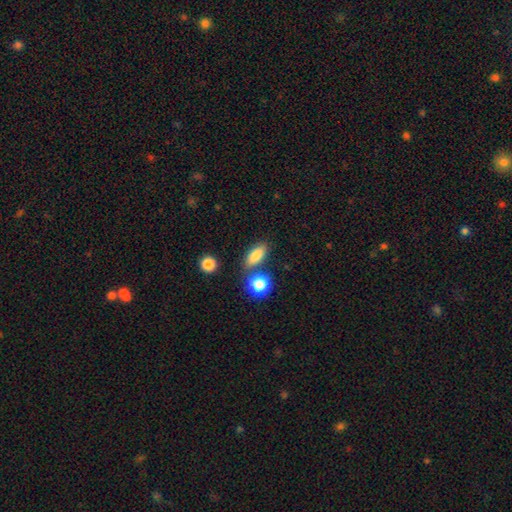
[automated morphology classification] Smooth or featured? Predicted: smooth (p=0.83). How rounded? Predicted: in between (p=0.74). Merging? Predicted: none (p=0.73).